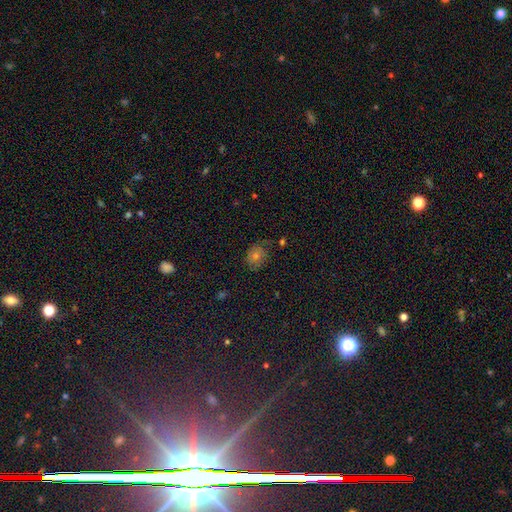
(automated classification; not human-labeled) Smooth or featured: smooth — 47% (star or artifact — 29%)
Merging: none — 72% (minor disturbance — 20%)